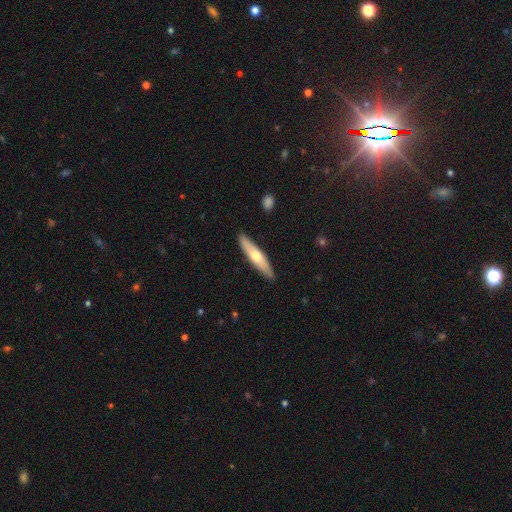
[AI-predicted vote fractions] smooth_or_featured: smooth (p=0.52) [alt: featured or disk p=0.43]
how_rounded: cigar-shaped (p=0.84) [alt: in between p=0.15]
merging: none (p=0.90) [alt: minor disturbance p=0.08]